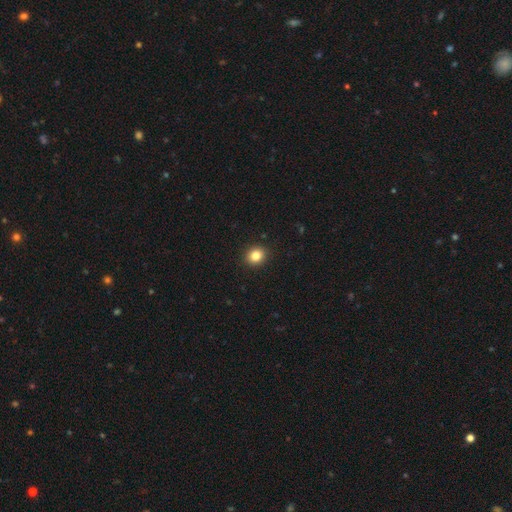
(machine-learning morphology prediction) Q: Smooth or featured?
A: smooth (84%); runner-up: star or artifact (11%)
Q: How rounded?
A: round (77%); runner-up: in between (22%)
Q: Merging?
A: none (92%); runner-up: minor disturbance (5%)